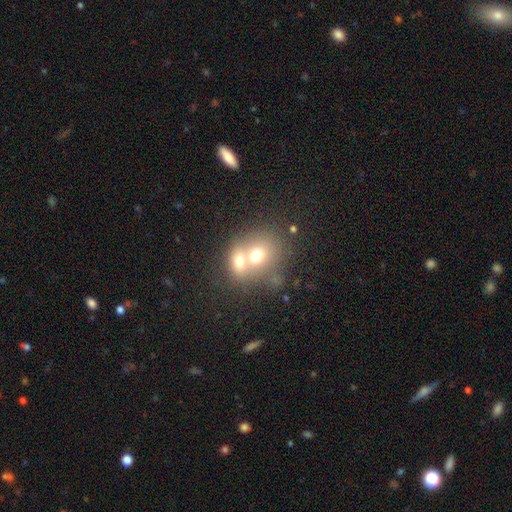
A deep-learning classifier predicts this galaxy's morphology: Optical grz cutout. It shows a smooth galaxy with no disk features (65%) that is round (61%). Merging: merger (66%).